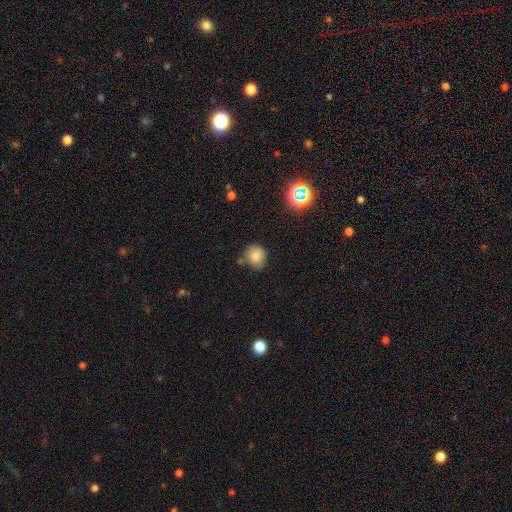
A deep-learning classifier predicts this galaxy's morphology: smooth-or-featured: smooth: 80% | star or artifact: 12% | featured or disk: 8%
  how-rounded: round: 71% | in between: 28% | cigar-shaped: 1%
  merging: none: 65% | minor disturbance: 22% | merger: 8% | major disturbance: 5%